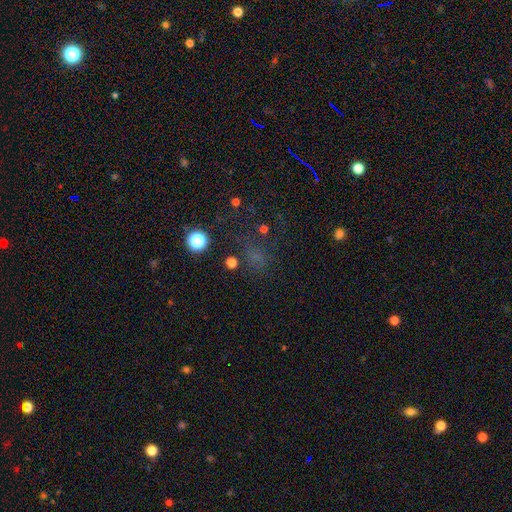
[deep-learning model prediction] star or artifact 45%, smooth 43%, featured or disk 12%.